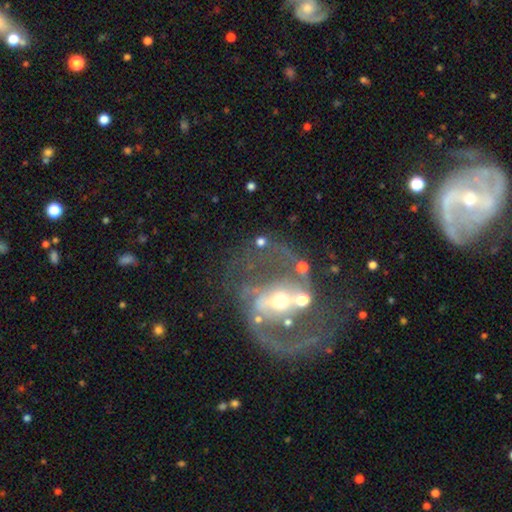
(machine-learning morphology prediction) This appears to be a featured or disk galaxy (86%) with a weak bar (38%), 2 (87%) medium (50%) spiral arms (90%) and a moderate central bulge (45%, tied with small). Merging: none (51%).